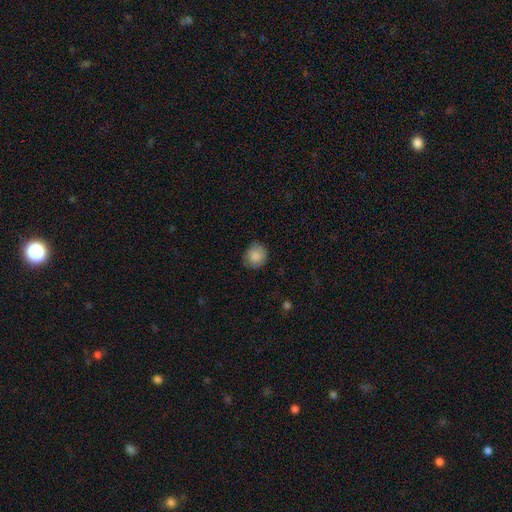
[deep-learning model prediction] Q: Smooth or featured?
A: smooth (84%); runner-up: featured or disk (9%)
Q: How rounded?
A: round (85%); runner-up: in between (14%)
Q: Merging?
A: none (79%); runner-up: minor disturbance (16%)